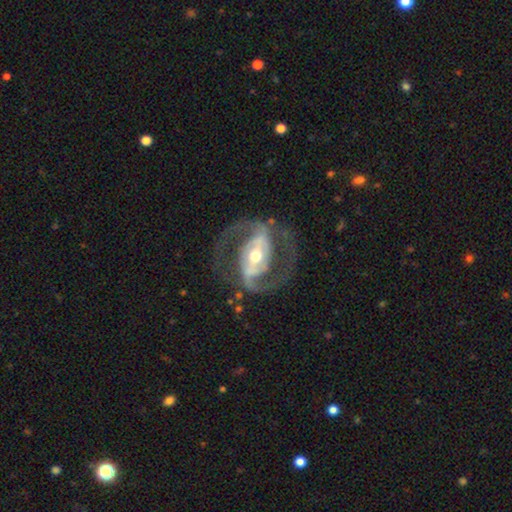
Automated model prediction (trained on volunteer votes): This appears to be a featured or disk galaxy (91%) with a strong bar (50%), 2 (93%) medium (60%) spiral arms (95%) and a moderate central bulge (67%). Merging: none (78%).